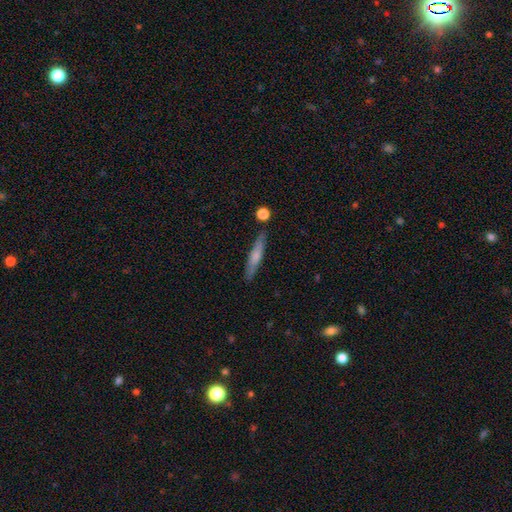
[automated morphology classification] smooth 59%, featured or disk 35%, star or artifact 6%. Down the decision tree: how rounded — cigar-shaped (89%); merging — none (83%).